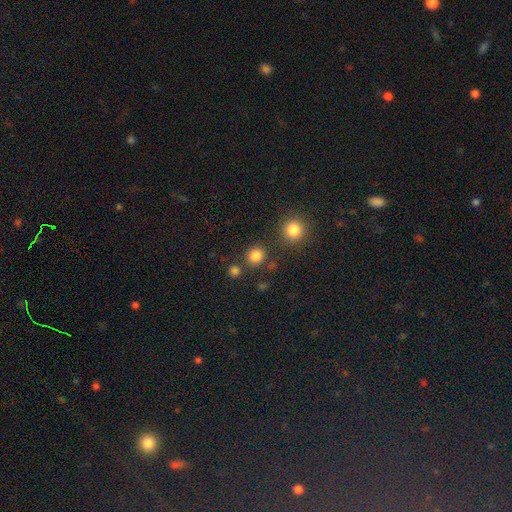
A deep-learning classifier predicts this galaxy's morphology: Smooth or featured?
  - smooth: 83% *
  - star or artifact: 14%
  - featured or disk: 4%
How rounded?
  - round: 88% *
  - in between: 11%
  - cigar-shaped: 1%
Merging?
  - none: 80% *
  - merger: 9%
  - minor disturbance: 8%
  - major disturbance: 4%